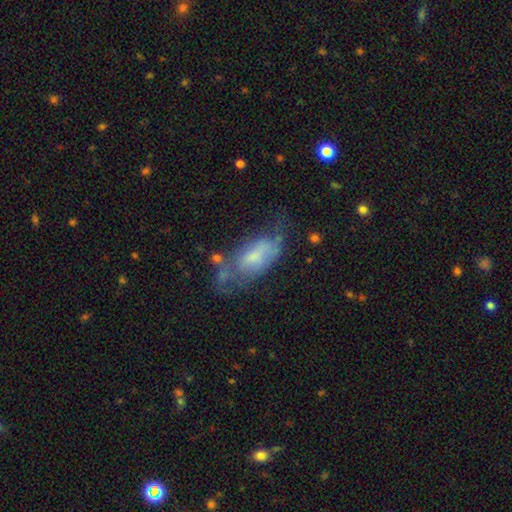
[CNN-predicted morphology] A smooth galaxy with no disk features (51%) that is in between round and cigar-shaped (86%).

Vote fractions:
- Smooth or featured? smooth: 51% / featured or disk: 41% / star or artifact: 9%
- How rounded? in between: 86% / cigar-shaped: 10% / round: 3%
- Merging? none: 34% / minor disturbance: 30% / major disturbance: 28% / merger: 8%